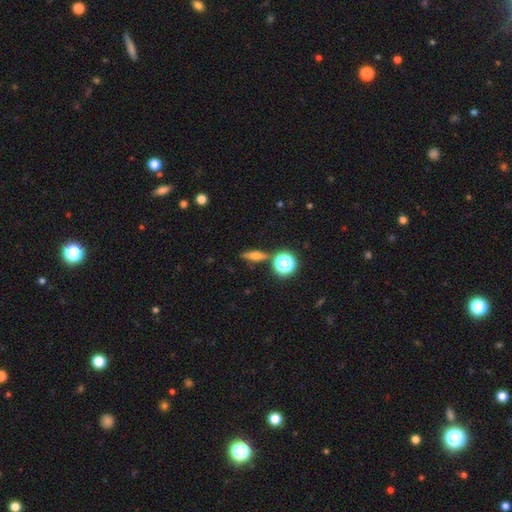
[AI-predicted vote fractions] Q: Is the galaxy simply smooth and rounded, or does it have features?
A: smooth — 44%.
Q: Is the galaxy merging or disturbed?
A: none — 81%.